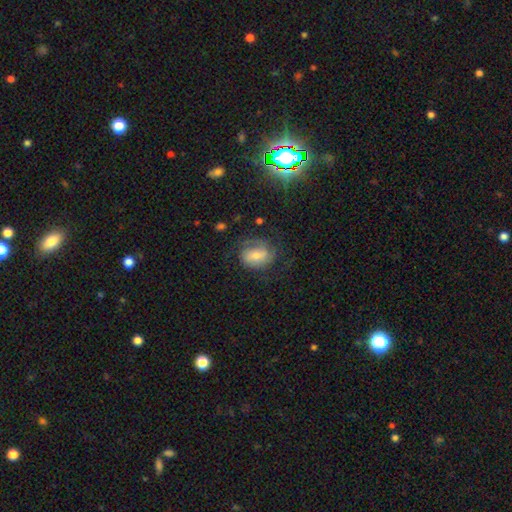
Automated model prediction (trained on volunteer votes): A featured or disk galaxy (58%) with no bar (42%), spiral arms (84%) and a moderate central bulge (49%). Merging: none (60%).